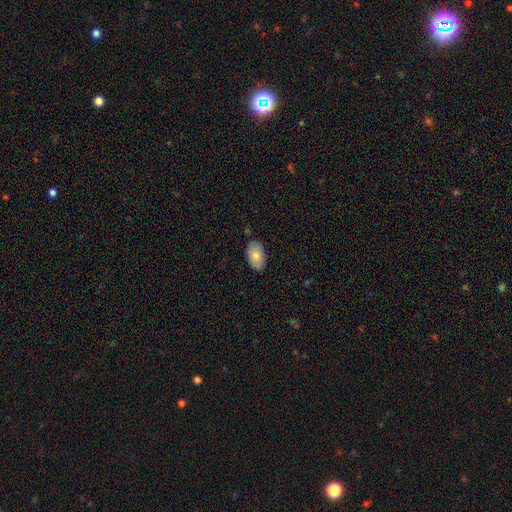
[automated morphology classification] This appears to be a smooth galaxy with no disk features (82%) that is in between round and cigar-shaped (93%). Merging: none (81%).